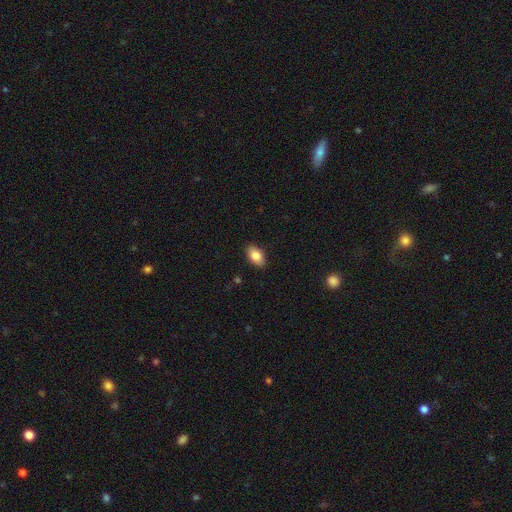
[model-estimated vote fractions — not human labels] smooth 85%, featured or disk 8%, star or artifact 7%. Down the decision tree: how rounded — in between (92%); merging — none (88%).